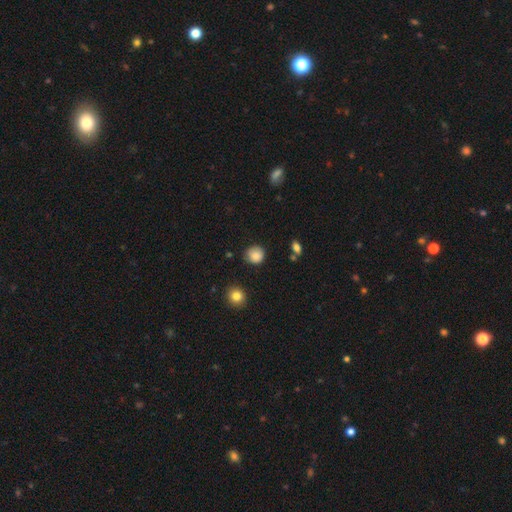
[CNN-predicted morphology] smooth-or-featured: smooth: 84% | star or artifact: 10% | featured or disk: 6%
  how-rounded: round: 87% | in between: 12% | cigar-shaped: 1%
  merging: none: 79% | minor disturbance: 16% | major disturbance: 3% | merger: 2%